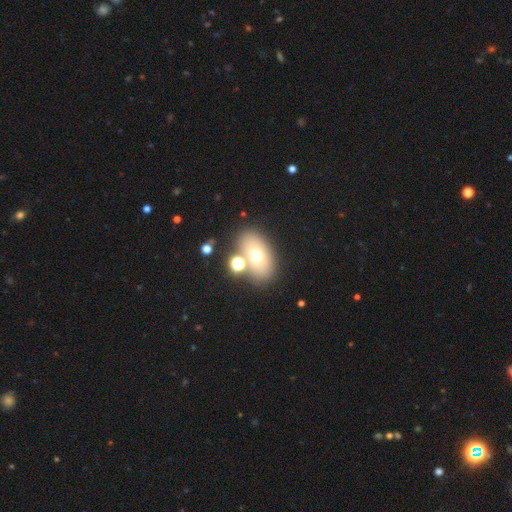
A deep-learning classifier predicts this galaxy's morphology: Q: Smooth or featured?
A: smooth (63%); runner-up: featured or disk (23%)
Q: How rounded?
A: in between (80%); runner-up: round (18%)
Q: Merging?
A: none (68%); runner-up: merger (17%)